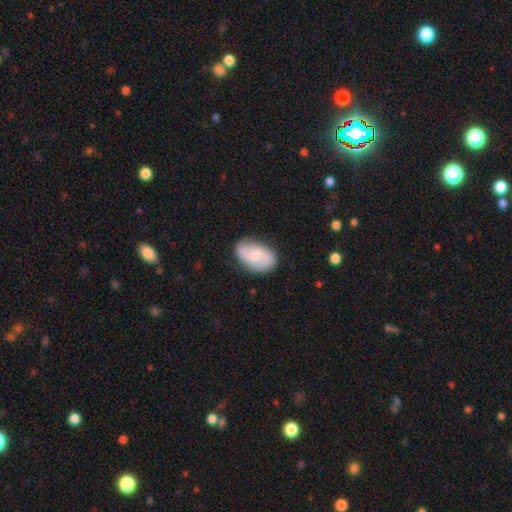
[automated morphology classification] Smooth or featured: featured or disk — 63% (smooth — 31%)
Edge-on disk: no — 97% (yes — 3%)
Bar: no — 50% (weak — 41%)
Spiral arms: yes — 88% (no — 12%)
Spiral winding: medium — 42% (loose — 38%)
Spiral arm count: 2 — 85% (can't tell — 8%)
Bulge size: moderate — 51% (small — 43%)
Merging: none — 78% (minor disturbance — 17%)